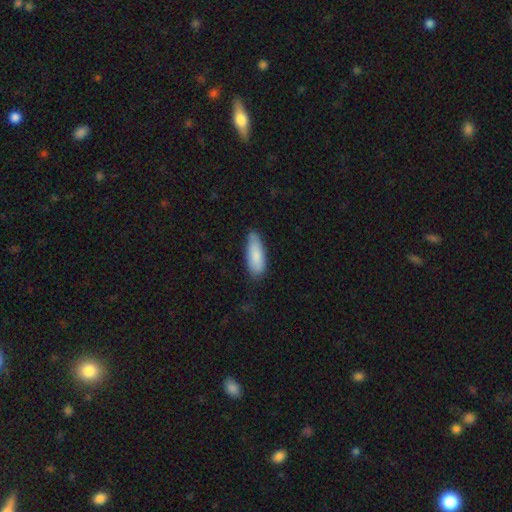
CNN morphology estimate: Overall: smooth (85%). How rounded: in between (65%; cigar-shaped 33%). Merging: none (72%).